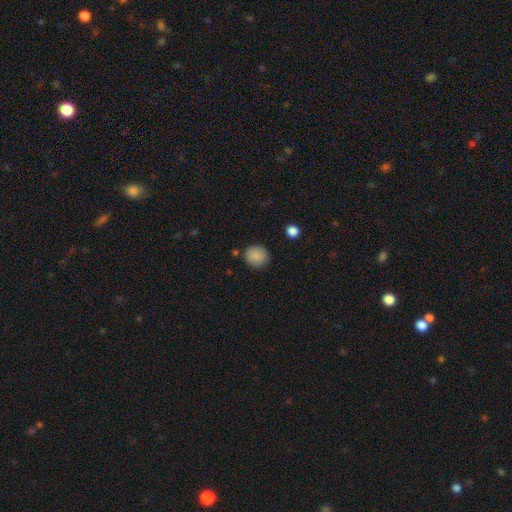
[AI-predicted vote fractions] Morphology: type=smooth (87%); roundness=round (89%); merging=none (86%).